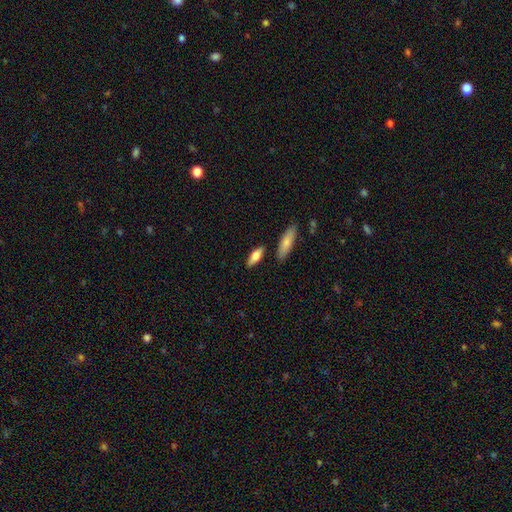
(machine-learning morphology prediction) smooth-or-featured: smooth: 72% | featured or disk: 22% | star or artifact: 6%
  how-rounded: in between: 66% | cigar-shaped: 31% | round: 3%
  merging: none: 83% | minor disturbance: 10% | merger: 5% | major disturbance: 2%